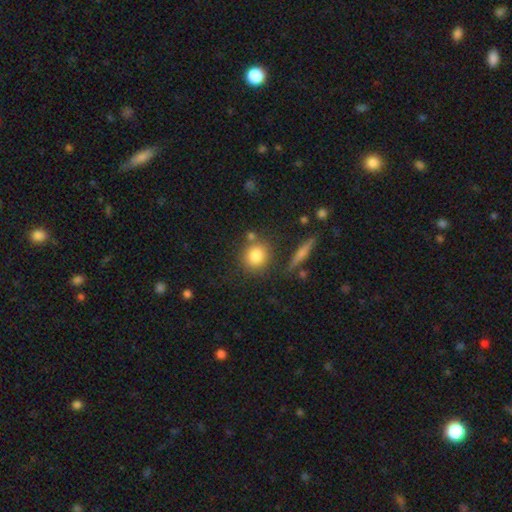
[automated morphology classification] smooth_or_featured: smooth (p=0.83) [alt: star or artifact p=0.09]
how_rounded: round (p=0.78) [alt: in between p=0.19]
merging: none (p=0.75) [alt: minor disturbance p=0.11]